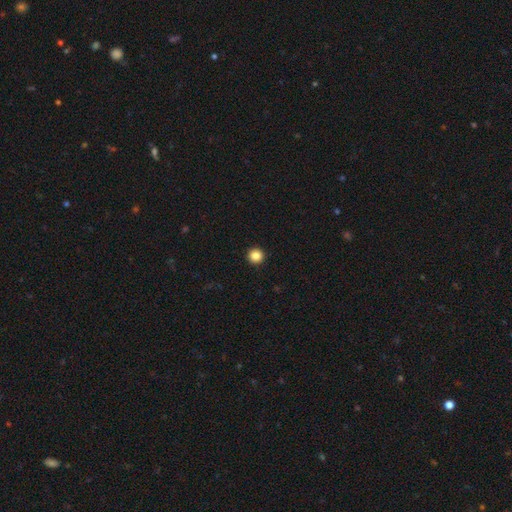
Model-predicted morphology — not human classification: Q: Smooth or featured?
A: smooth (86%); runner-up: star or artifact (11%)
Q: How rounded?
A: round (96%); runner-up: in between (3%)
Q: Merging?
A: none (94%); runner-up: minor disturbance (4%)